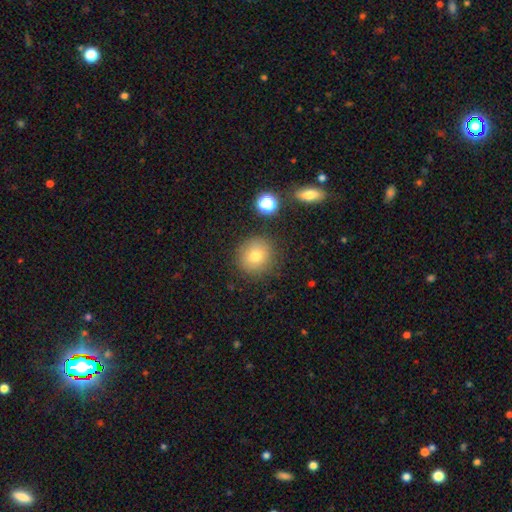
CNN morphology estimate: Smooth or featured? Predicted: smooth (p=0.76). How rounded? Predicted: round (p=0.91). Merging? Predicted: none (p=0.87).